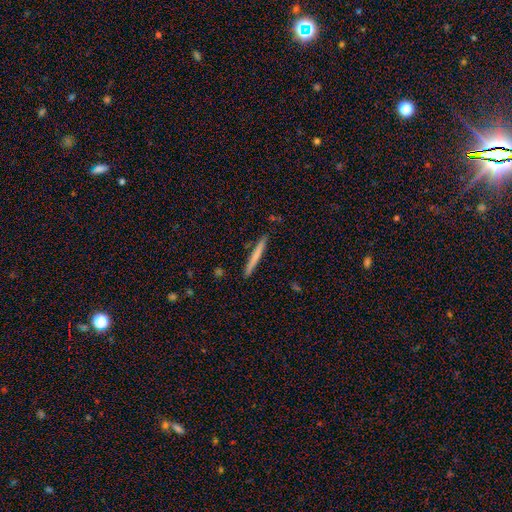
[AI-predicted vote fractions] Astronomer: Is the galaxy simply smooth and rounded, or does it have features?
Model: smooth — 66%.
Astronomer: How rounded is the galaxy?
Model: cigar-shaped — 97%.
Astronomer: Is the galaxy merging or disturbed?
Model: none — 90%.